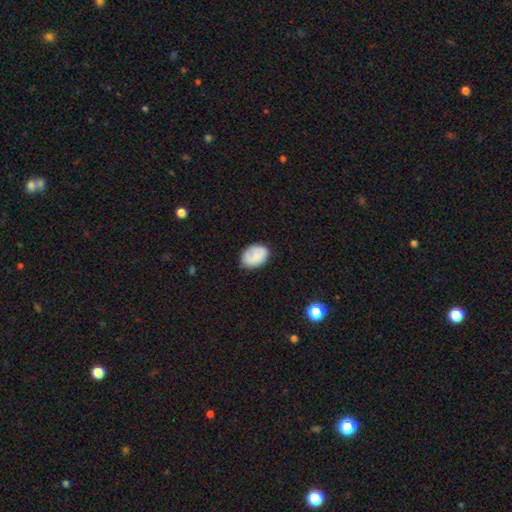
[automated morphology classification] type=smooth (81%); roundness=in between (76%); merging=none (80%).